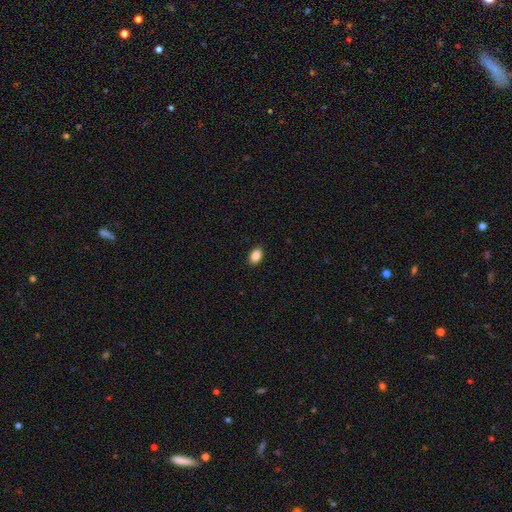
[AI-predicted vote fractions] Smooth or featured: smooth — 87% (star or artifact — 8%)
How rounded: in between — 83% (round — 15%)
Merging: none — 90% (minor disturbance — 7%)